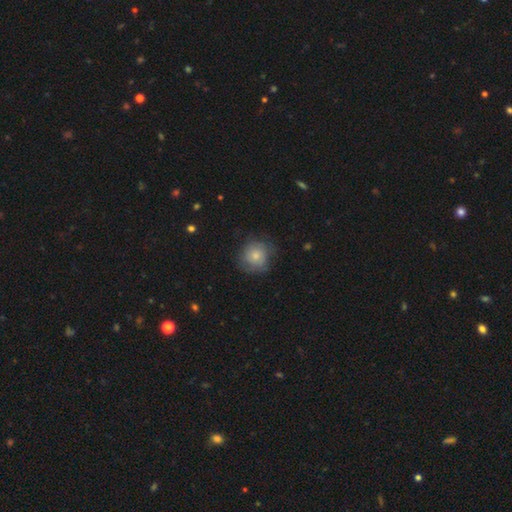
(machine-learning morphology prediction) This appears to be a smooth galaxy with no disk features (72%) that is round (89%). Merging: none (68%).